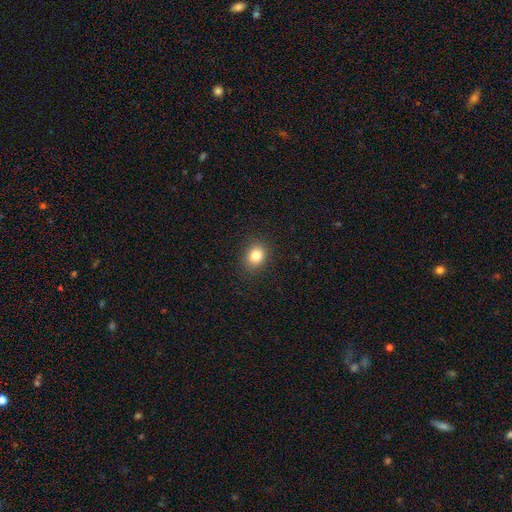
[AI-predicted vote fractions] smooth-or-featured: smooth: 82% | star or artifact: 12% | featured or disk: 7%
  how-rounded: round: 60% | in between: 39% | cigar-shaped: 1%
  merging: none: 89% | minor disturbance: 8% | major disturbance: 2% | merger: 1%